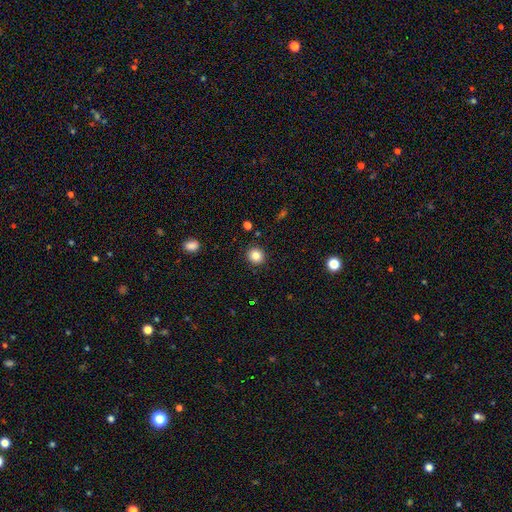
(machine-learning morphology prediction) type=smooth (84%); roundness=round (87%); merging=none (91%).